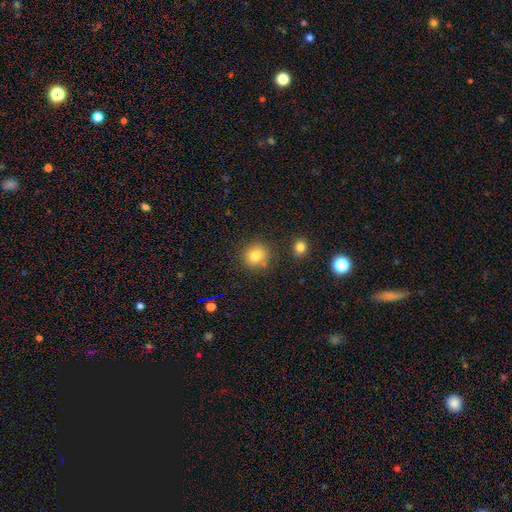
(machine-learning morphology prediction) smooth 80%, star or artifact 12%, featured or disk 8%. Down the decision tree: how rounded — round (88%); merging — none (81%).